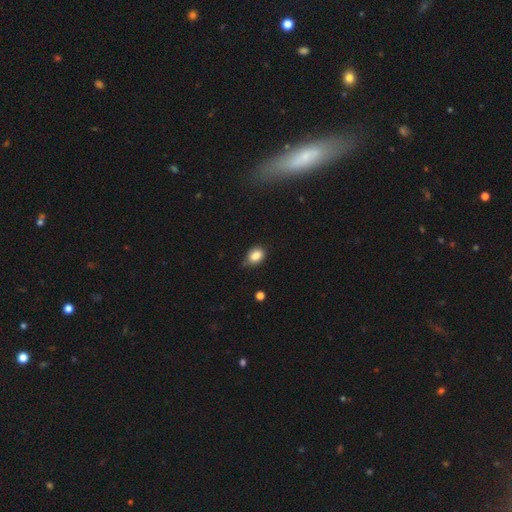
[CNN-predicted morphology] This appears to be a smooth galaxy with no disk features (85%) that is in between round and cigar-shaped (72%). Merging: none (72%).